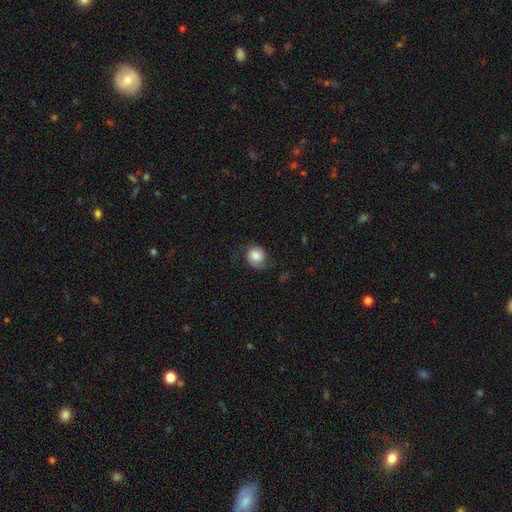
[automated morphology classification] This is possibly a smooth galaxy (59%). How rounded: likely round (67%). Merging: likely none (61%).